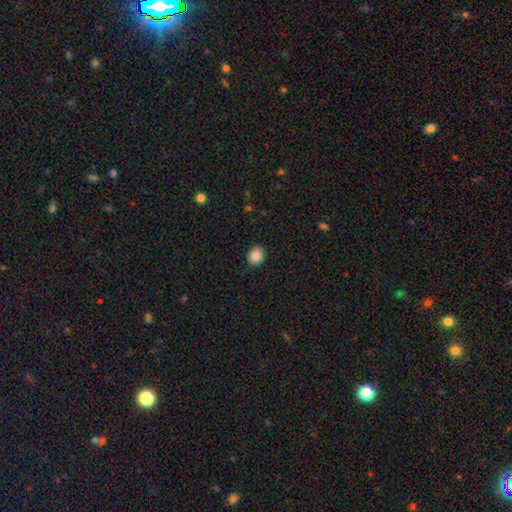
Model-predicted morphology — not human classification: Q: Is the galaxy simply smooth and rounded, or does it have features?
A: smooth — 85%.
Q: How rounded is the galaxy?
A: round — 60%.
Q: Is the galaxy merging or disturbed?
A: none — 90%.